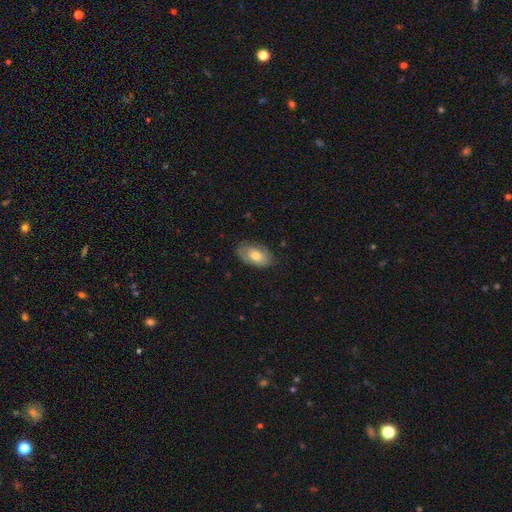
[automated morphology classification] The model was most divided on "smooth or featured": smooth: 61%, featured or disk: 32%, star or artifact: 6%. More confident: how rounded — in between (92%); merging — none (73%).